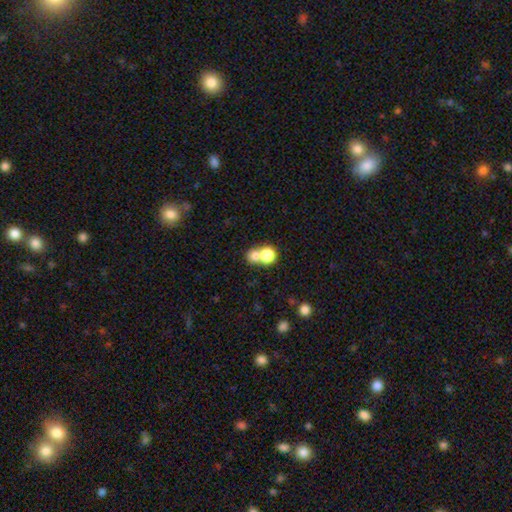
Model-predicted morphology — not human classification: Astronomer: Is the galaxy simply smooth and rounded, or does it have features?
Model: smooth — 73%.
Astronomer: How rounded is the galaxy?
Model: round — 82%.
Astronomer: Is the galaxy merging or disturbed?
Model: none — 47% (runner-up: merger, 44%).